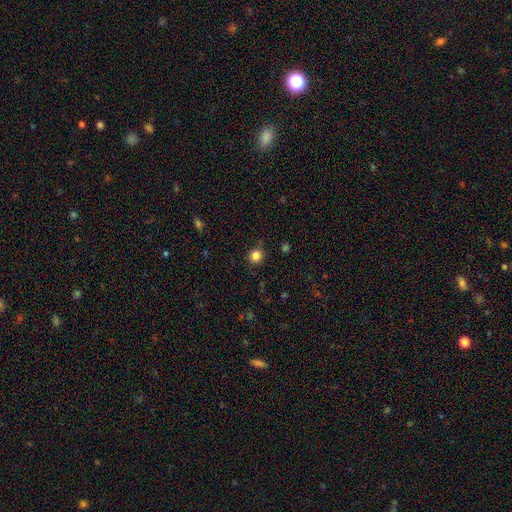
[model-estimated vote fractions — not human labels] smooth_or_featured: smooth (p=0.84) [alt: star or artifact p=0.12]
how_rounded: round (p=0.92) [alt: in between p=0.07]
merging: none (p=0.86) [alt: minor disturbance p=0.10]